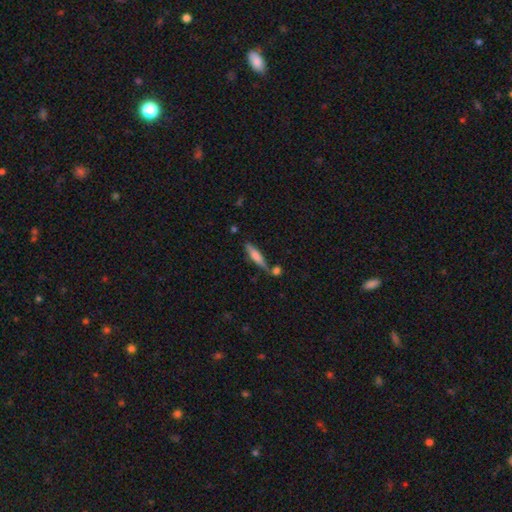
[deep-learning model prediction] The model was most divided on "smooth or featured": smooth: 60%, featured or disk: 34%, star or artifact: 7%. More confident: how rounded — cigar-shaped (78%); merging — none (64%).